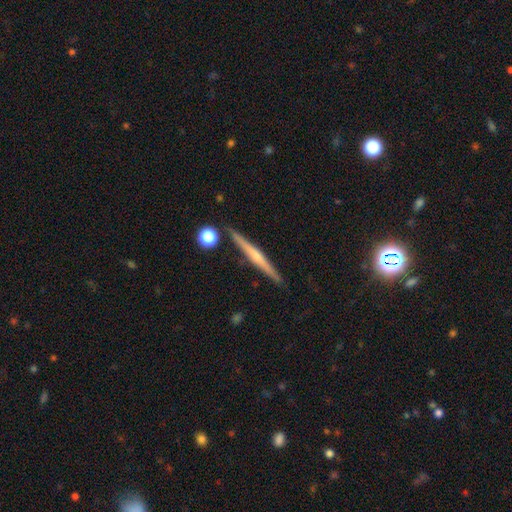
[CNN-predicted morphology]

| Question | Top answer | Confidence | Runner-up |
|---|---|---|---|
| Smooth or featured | featured or disk | 66% | smooth (27%) |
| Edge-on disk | yes | 98% | no (2%) |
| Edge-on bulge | rounded | 57% | none (33%) |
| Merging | none | 89% | minor disturbance (7%) |